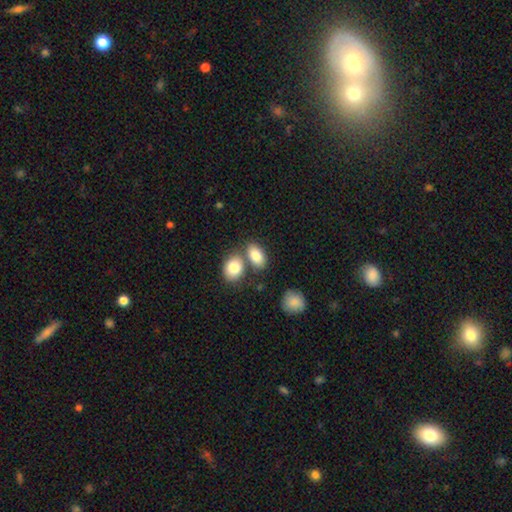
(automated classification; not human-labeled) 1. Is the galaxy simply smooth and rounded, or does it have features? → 84% smooth, 8% featured or disk, 7% star or artifact.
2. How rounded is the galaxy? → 88% in between, 10% round, 2% cigar-shaped.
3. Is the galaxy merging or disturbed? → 54% none, 31% merger, 11% minor disturbance, 3% major disturbance.